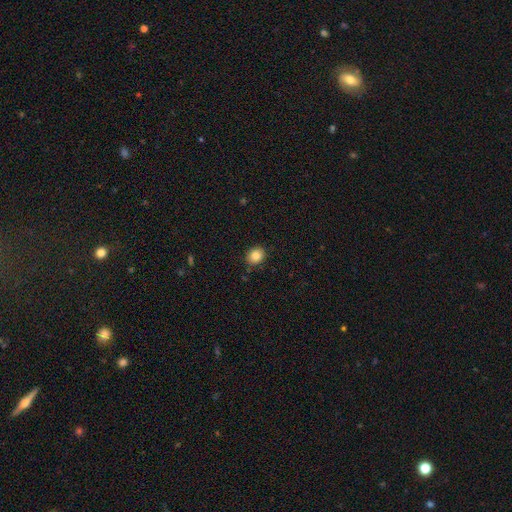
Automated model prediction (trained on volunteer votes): Overall: smooth (84%). How rounded: round (61%; in between 38%). Merging: none (87%).